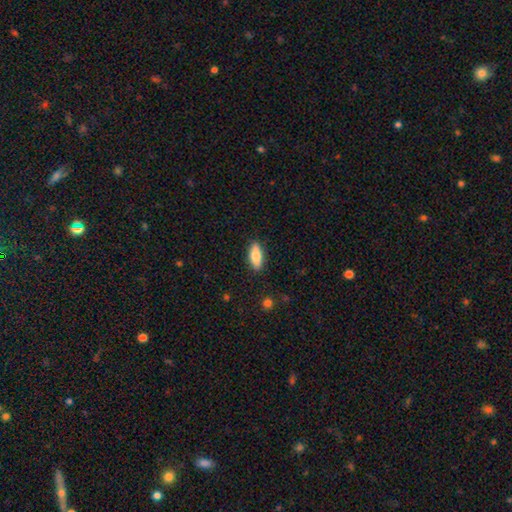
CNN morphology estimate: This is likely a smooth galaxy (76%). How rounded: likely in between (67%). Merging: clearly none (88%).